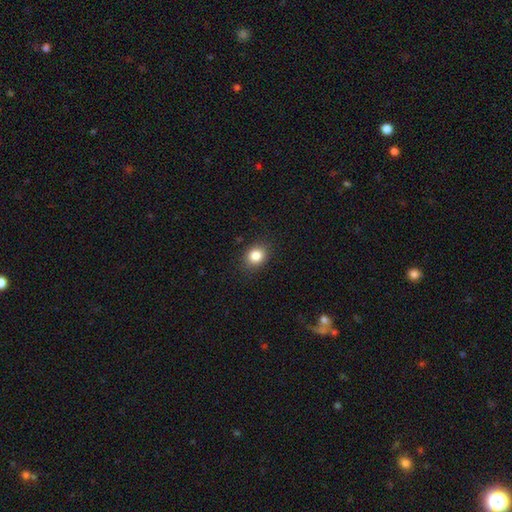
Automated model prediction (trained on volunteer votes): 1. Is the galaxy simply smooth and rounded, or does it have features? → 84% smooth, 11% star or artifact, 6% featured or disk.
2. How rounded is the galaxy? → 61% round, 38% in between, 1% cigar-shaped.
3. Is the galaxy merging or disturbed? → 87% none, 9% minor disturbance, 3% major disturbance, 1% merger.